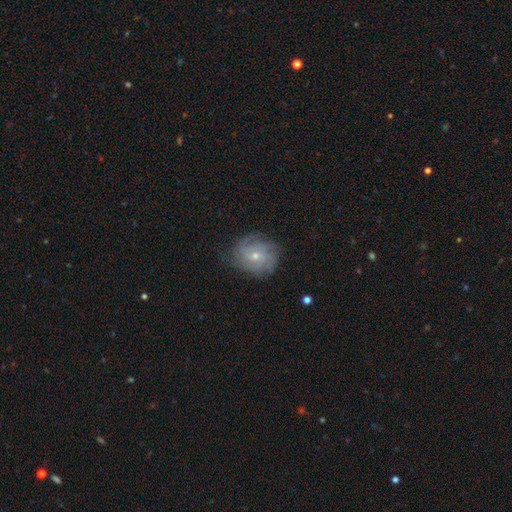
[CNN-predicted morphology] The model was most divided on "bulge size": small: 57%, moderate: 39%, large: 1%, none: 1%, dominant: 1%. Remaining: edge-on disk — no (97%); spiral arms — yes (88%); merging — none (73%); smooth or featured — featured or disk (68%); bar — no (65%); spiral winding — tight (58%); spiral arm count — can't tell (46%).